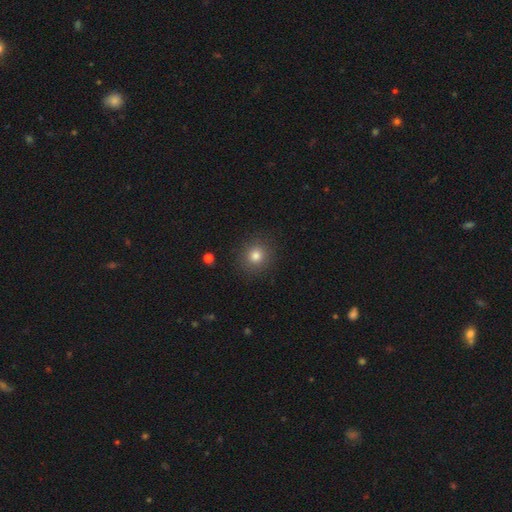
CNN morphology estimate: A smooth galaxy with no disk features (80%) that is round (88%).

Vote fractions:
- Smooth or featured? smooth: 80% / star or artifact: 13% / featured or disk: 7%
- How rounded? round: 88% / in between: 11% / cigar-shaped: 1%
- Merging? none: 90% / minor disturbance: 7% / major disturbance: 3% / merger: 1%